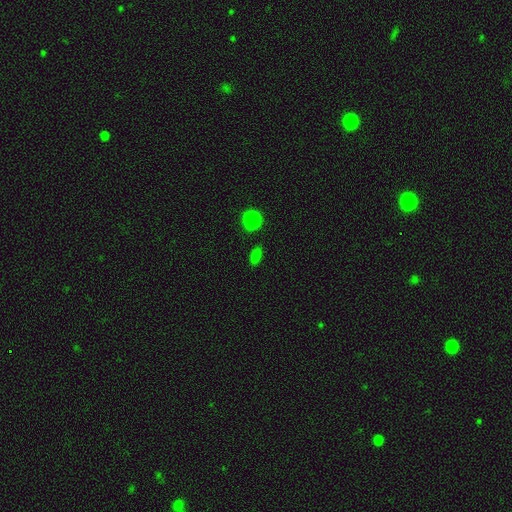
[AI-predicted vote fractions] This is likely a smooth galaxy (79%). How rounded: clearly in between (80%). Merging: clearly none (83%).